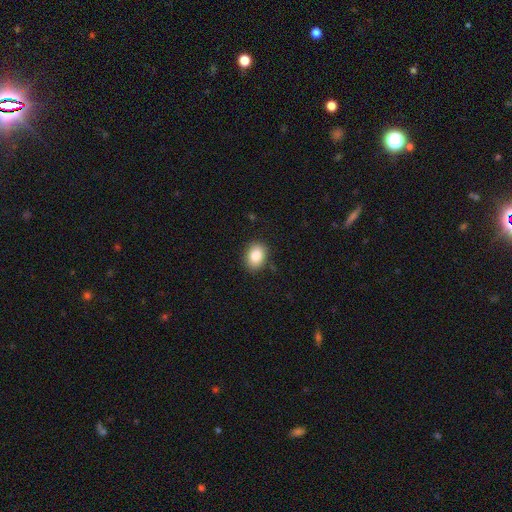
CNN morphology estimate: smooth_or_featured: smooth (p=0.85) [alt: star or artifact p=0.08]
how_rounded: in between (p=0.69) [alt: round p=0.30]
merging: none (p=0.86) [alt: minor disturbance p=0.10]